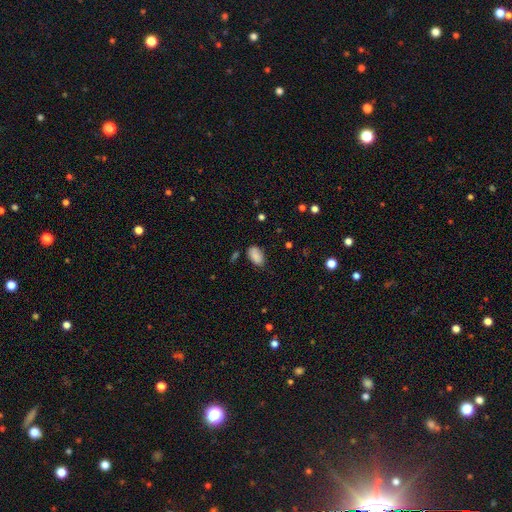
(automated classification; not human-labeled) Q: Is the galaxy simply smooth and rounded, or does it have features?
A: smooth — 86%.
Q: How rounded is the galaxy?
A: in between — 93%.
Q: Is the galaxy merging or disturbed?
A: none — 73%.